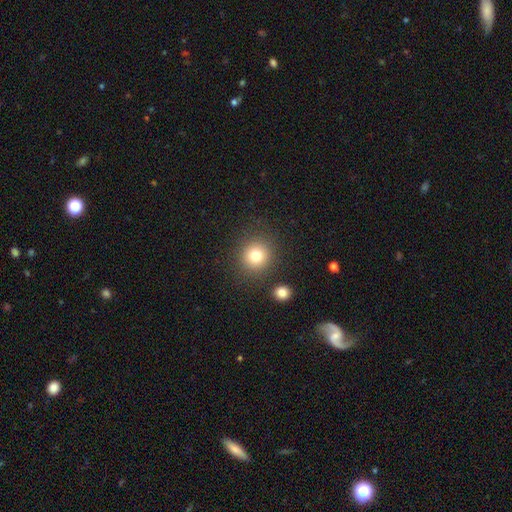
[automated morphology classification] Q: Smooth or featured?
A: smooth (80%); runner-up: star or artifact (12%)
Q: How rounded?
A: round (90%); runner-up: in between (9%)
Q: Merging?
A: none (85%); runner-up: minor disturbance (7%)